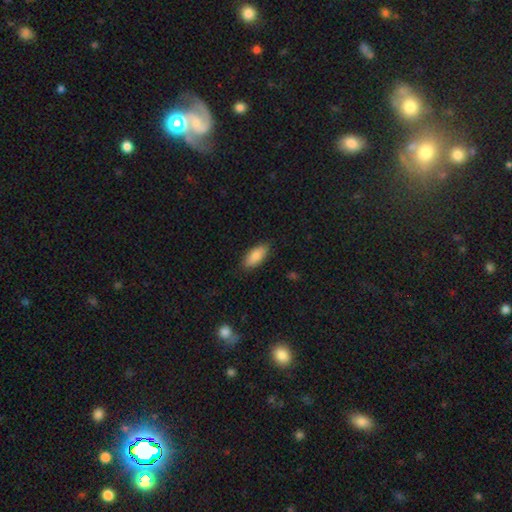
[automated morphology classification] A smooth galaxy with no disk features (83%) that is in between round and cigar-shaped (87%).

Vote fractions:
- Smooth or featured? smooth: 83% / featured or disk: 10% / star or artifact: 6%
- How rounded? in between: 87% / cigar-shaped: 11% / round: 2%
- Merging? none: 85% / minor disturbance: 12% / major disturbance: 2% / merger: 1%